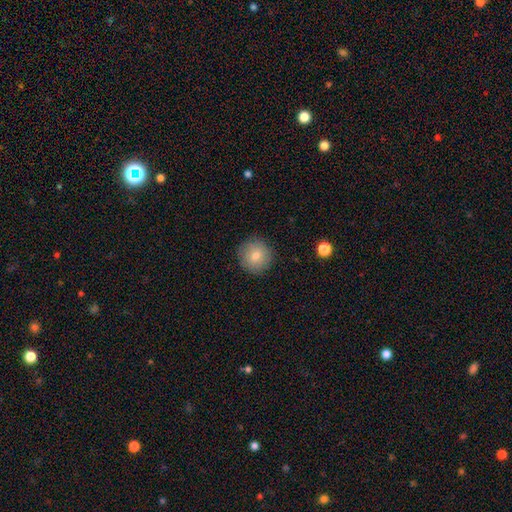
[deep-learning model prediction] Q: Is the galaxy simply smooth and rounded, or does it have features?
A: smooth — 78%.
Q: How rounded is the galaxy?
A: round — 94%.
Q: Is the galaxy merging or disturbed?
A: none — 89%.